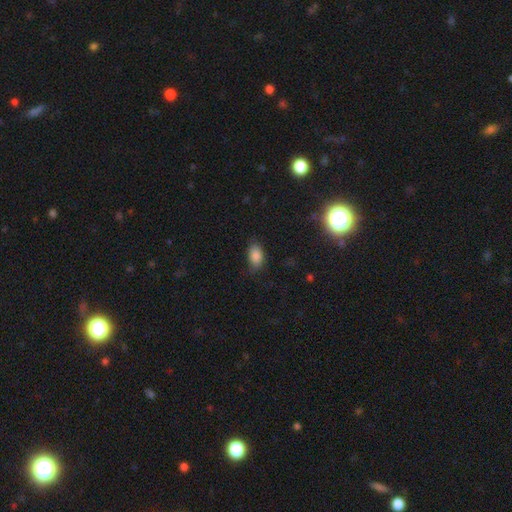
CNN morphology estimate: smooth 84%, star or artifact 10%, featured or disk 6%. Down the decision tree: how rounded — in between (90%); merging — none (70%).